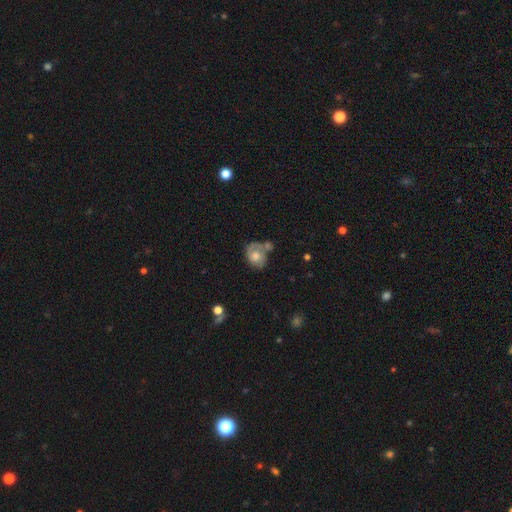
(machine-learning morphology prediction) A featured or disk galaxy (46%, tied with smooth). Merging: none (37%).